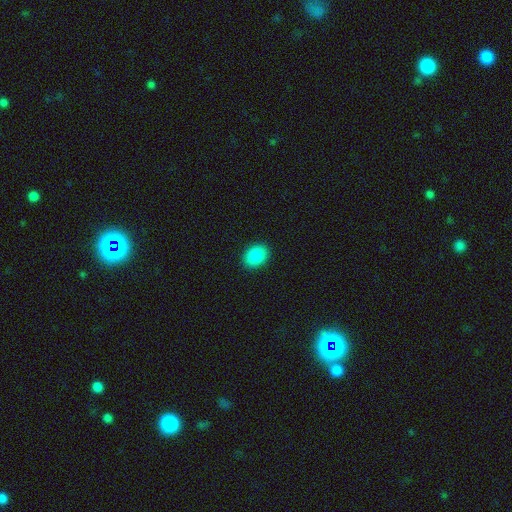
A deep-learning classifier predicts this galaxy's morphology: A smooth galaxy with no disk features (88%) that is in between round and cigar-shaped (70%).

Vote fractions:
- Smooth or featured? smooth: 88% / star or artifact: 8% / featured or disk: 4%
- How rounded? in between: 70% / round: 29% / cigar-shaped: 1%
- Merging? none: 90% / minor disturbance: 7% / major disturbance: 2% / merger: 1%